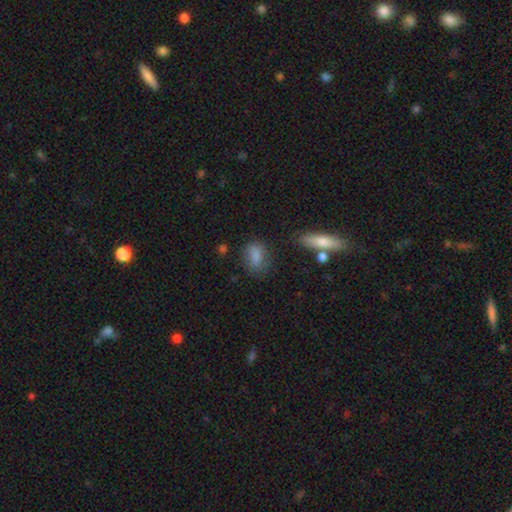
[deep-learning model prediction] Q: Smooth or featured?
A: smooth (82%); runner-up: star or artifact (10%)
Q: How rounded?
A: in between (77%); runner-up: round (19%)
Q: Merging?
A: none (65%); runner-up: minor disturbance (22%)